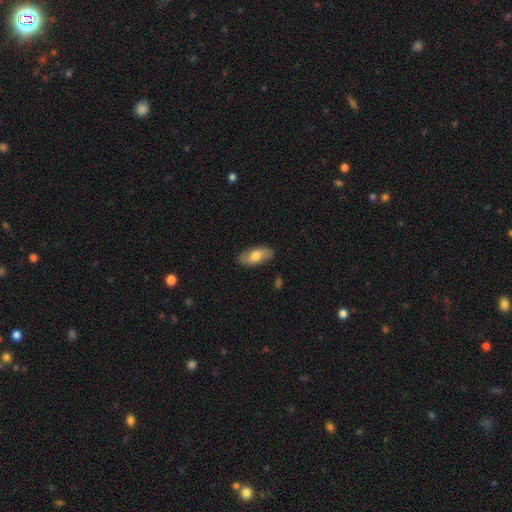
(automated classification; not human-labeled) Morphology: type=smooth (66%); roundness=in between (88%); merging=none (83%).